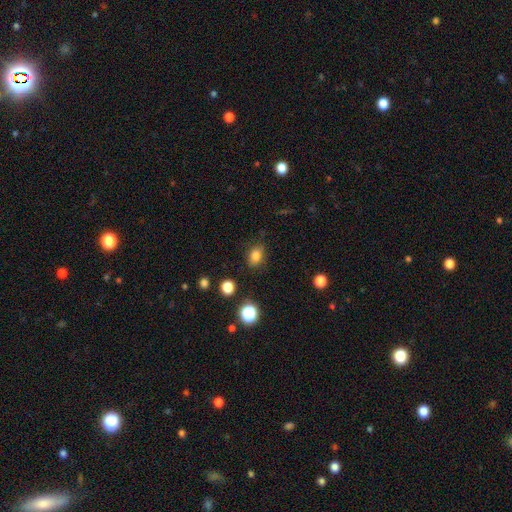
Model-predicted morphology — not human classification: A smooth galaxy with no disk features (81%) that is in between round and cigar-shaped (66%).

Vote fractions:
- Smooth or featured? smooth: 81% / star or artifact: 13% / featured or disk: 6%
- How rounded? in between: 66% / round: 33% / cigar-shaped: 1%
- Merging? none: 83% / minor disturbance: 12% / major disturbance: 3% / merger: 2%